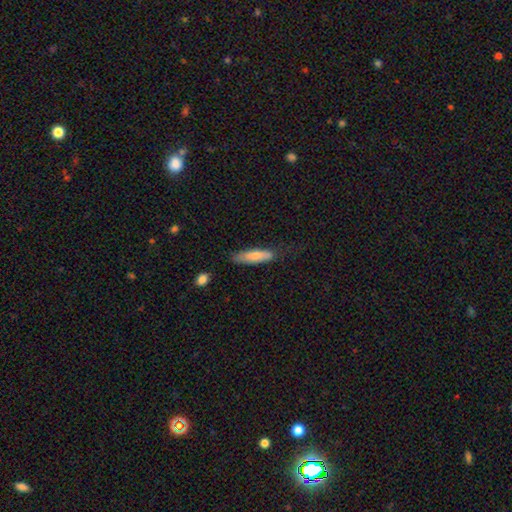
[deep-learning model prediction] smooth_or_featured: smooth (p=0.75) [alt: featured or disk p=0.19]
how_rounded: cigar-shaped (p=0.65) [alt: in between p=0.33]
merging: none (p=0.70) [alt: minor disturbance p=0.23]